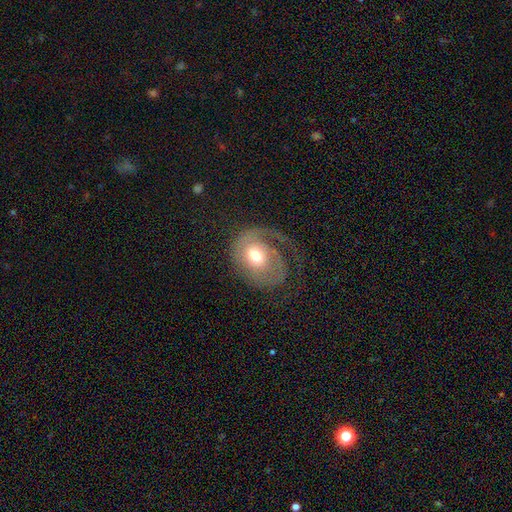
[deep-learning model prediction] Q: Smooth or featured?
A: featured or disk (60%); runner-up: smooth (33%)
Q: Edge-on disk?
A: no (96%); runner-up: yes (4%)
Q: Bar?
A: no (76%); runner-up: weak (19%)
Q: Spiral arms?
A: yes (76%); runner-up: no (24%)
Q: Bulge size?
A: moderate (70%); runner-up: small (16%)
Q: Merging?
A: major disturbance (41%); runner-up: none (38%)